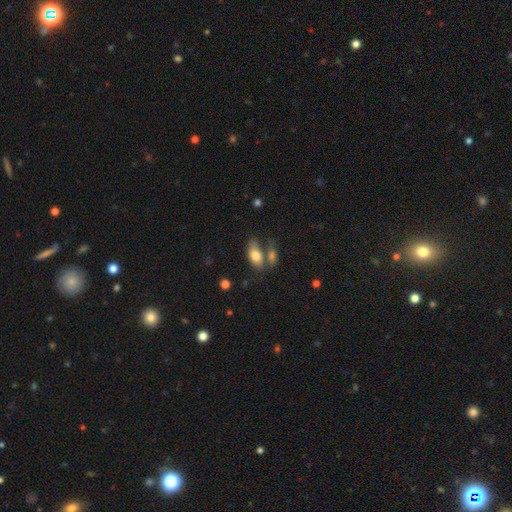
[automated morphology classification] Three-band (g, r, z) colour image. It shows a smooth galaxy with no disk features (78%) that is in between round and cigar-shaped (88%). Merging: none (48%).